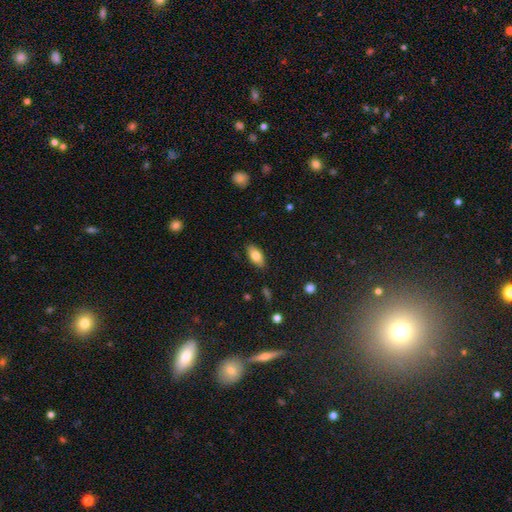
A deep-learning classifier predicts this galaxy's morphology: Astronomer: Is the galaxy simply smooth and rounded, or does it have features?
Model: smooth — 79%.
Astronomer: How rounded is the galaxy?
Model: in between — 89%.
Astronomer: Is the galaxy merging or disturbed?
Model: none — 87%.